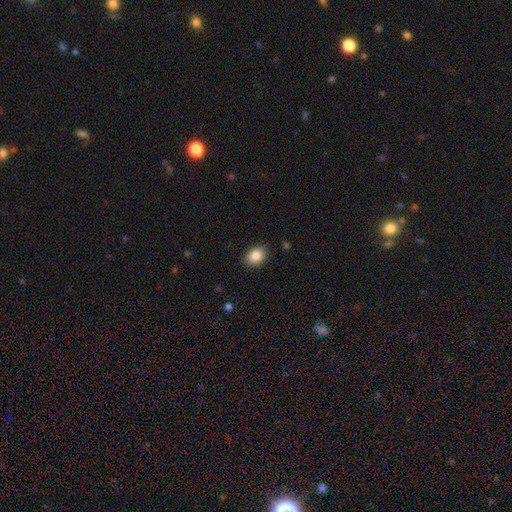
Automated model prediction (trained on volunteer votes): Smooth or featured: smooth — 86% (star or artifact — 8%)
How rounded: in between — 73% (round — 25%)
Merging: none — 87% (minor disturbance — 10%)